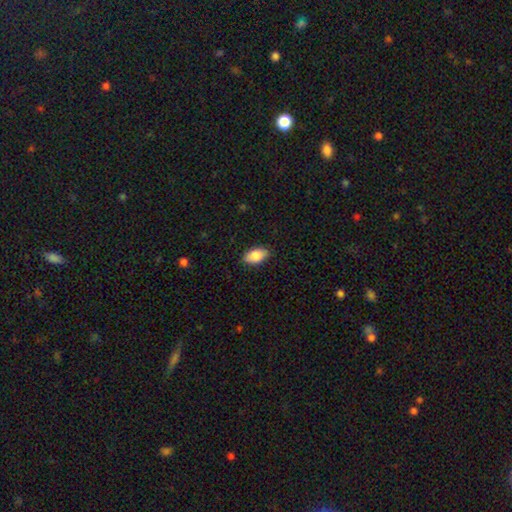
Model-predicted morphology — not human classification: smooth 87%, featured or disk 7%, star or artifact 6%. Down the decision tree: how rounded — in between (93%); merging — none (87%).